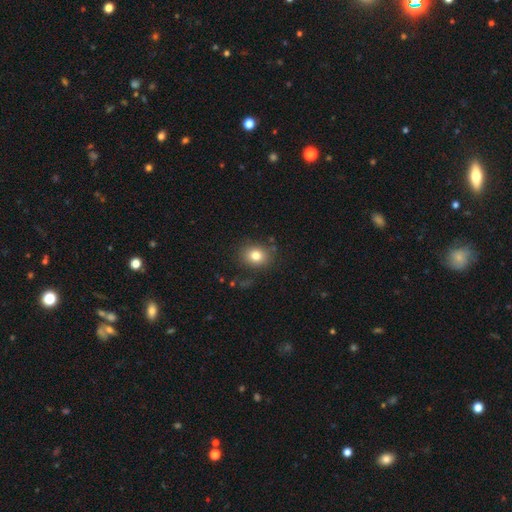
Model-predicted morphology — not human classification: Smooth or featured? smooth (80%)
How rounded? round (63%)
Merging? none (83%)